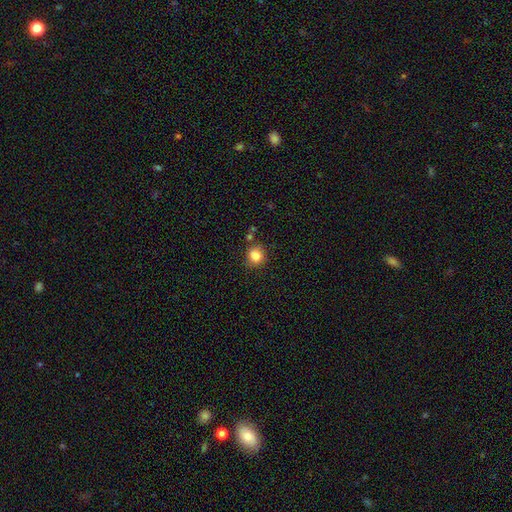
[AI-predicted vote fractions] smooth_or_featured: smooth (p=0.84) [alt: star or artifact p=0.11]
how_rounded: round (p=0.87) [alt: in between p=0.12]
merging: none (p=0.79) [alt: minor disturbance p=0.12]